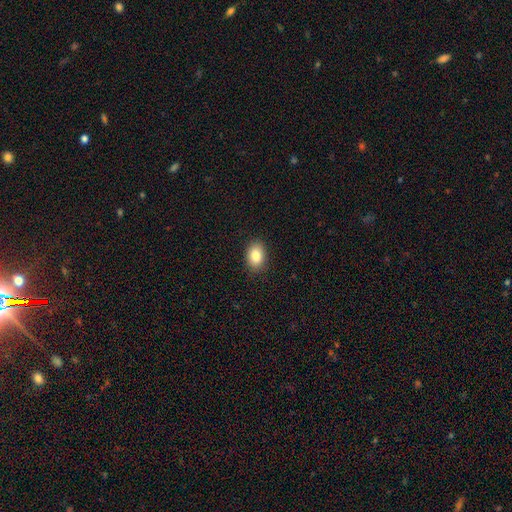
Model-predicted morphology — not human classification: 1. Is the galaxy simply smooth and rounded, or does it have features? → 85% smooth, 8% star or artifact, 7% featured or disk.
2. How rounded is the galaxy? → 82% in between, 16% round, 1% cigar-shaped.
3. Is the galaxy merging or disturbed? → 88% none, 9% minor disturbance, 2% major disturbance, 1% merger.